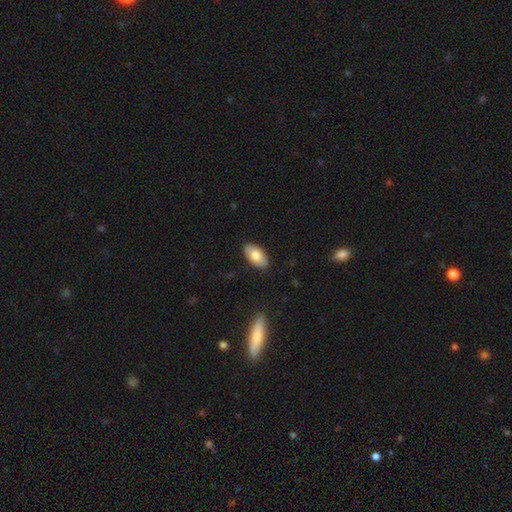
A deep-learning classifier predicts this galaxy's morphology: smooth_or_featured: smooth (p=0.77) [alt: featured or disk p=0.17]
how_rounded: in between (p=0.95) [alt: round p=0.03]
merging: none (p=0.88) [alt: minor disturbance p=0.09]